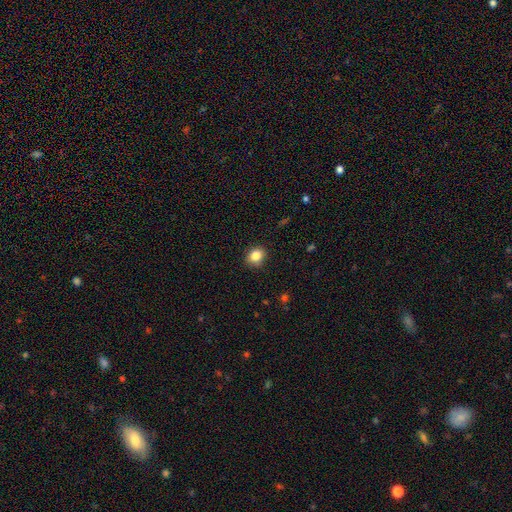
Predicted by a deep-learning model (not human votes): smooth_or_featured: smooth (p=0.86) [alt: star or artifact p=0.10]
how_rounded: round (p=0.58) [alt: in between p=0.41]
merging: none (p=0.87) [alt: minor disturbance p=0.10]